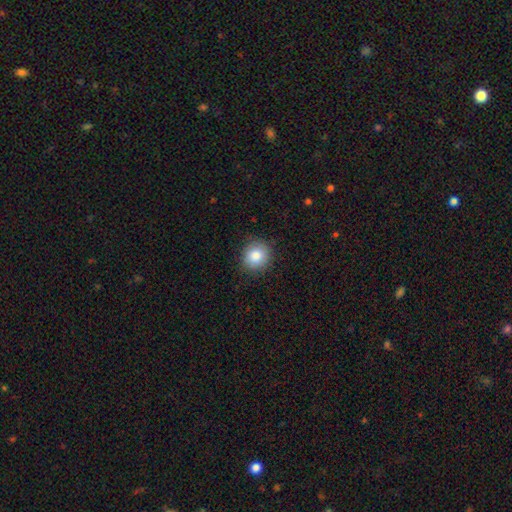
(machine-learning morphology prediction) Q: Smooth or featured?
A: smooth (84%); runner-up: star or artifact (9%)
Q: How rounded?
A: round (85%); runner-up: in between (14%)
Q: Merging?
A: none (87%); runner-up: minor disturbance (9%)